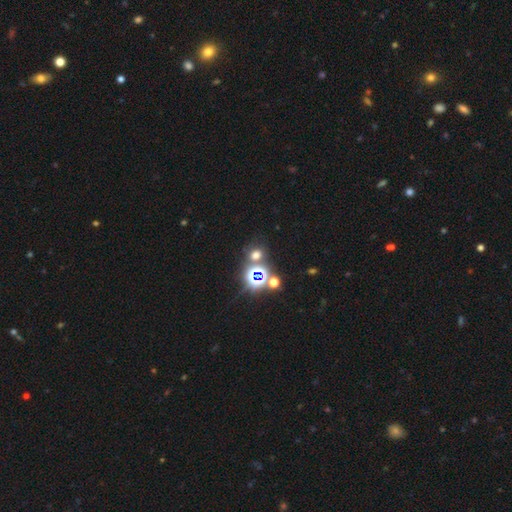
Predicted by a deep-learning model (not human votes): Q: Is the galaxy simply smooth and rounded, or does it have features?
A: smooth — 48%.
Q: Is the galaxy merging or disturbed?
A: none — 69%.